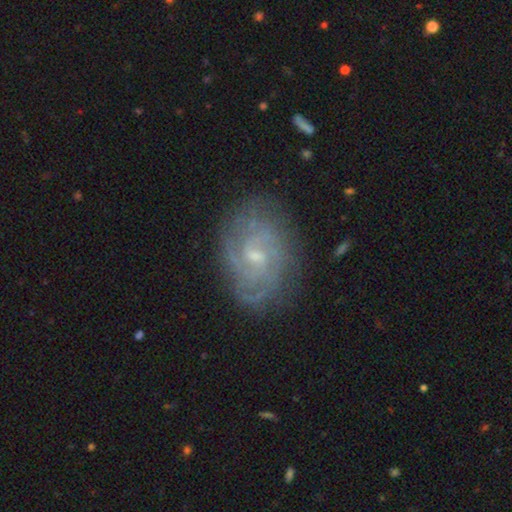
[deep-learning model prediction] smooth-or-featured: featured or disk: 83% | smooth: 10% | star or artifact: 7%
  disk-edge-on: no: 97% | yes: 3%
    bar: no: 47% | weak: 46% | strong: 7%
    has-spiral-arms: yes: 95% | no: 5%
      spiral-winding: tight: 63% | medium: 30% | loose: 7%
      spiral-arm-count: can't tell: 34% | 2: 26% | 3: 18% | 4: 11% | more than 4: 6% | 1: 5%
    bulge-size: small: 61% | moderate: 34% | none: 4% | large: 1% | dominant: 1%
  merging: none: 78% | minor disturbance: 16% | major disturbance: 5% | merger: 1%